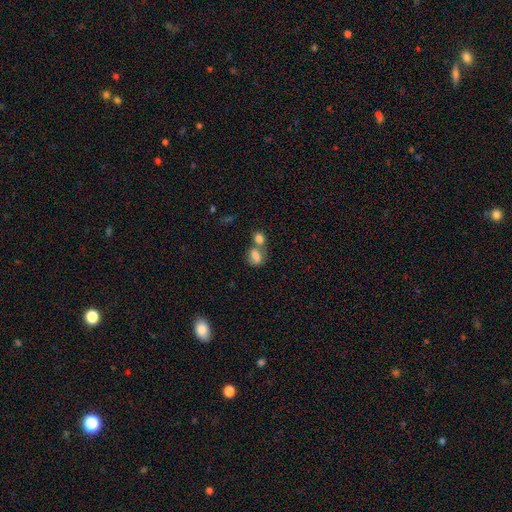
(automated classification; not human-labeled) smooth 77%, featured or disk 12%, star or artifact 11%. Down the decision tree: how rounded — in between (72%); merging — merger (49%).